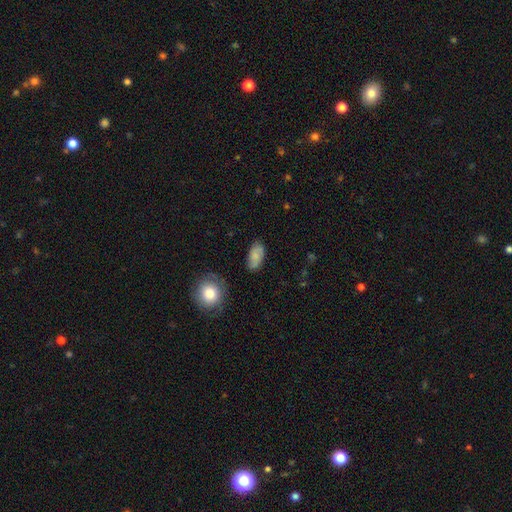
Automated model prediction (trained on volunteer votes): A smooth galaxy with no disk features (74%) that is in between round and cigar-shaped (90%). Merging: none (77%).